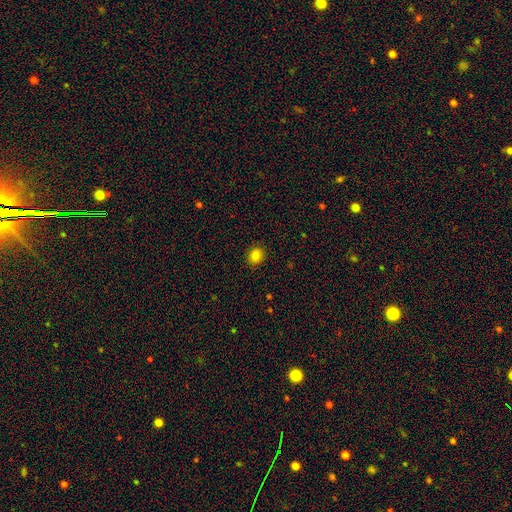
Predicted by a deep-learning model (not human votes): Q: Smooth or featured?
A: smooth (83%); runner-up: star or artifact (11%)
Q: How rounded?
A: round (76%); runner-up: in between (23%)
Q: Merging?
A: none (91%); runner-up: minor disturbance (6%)